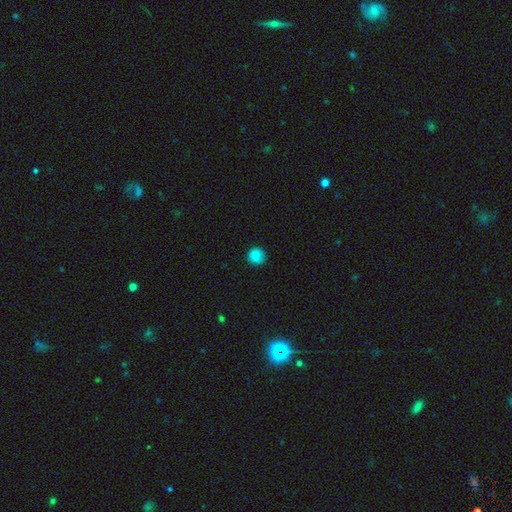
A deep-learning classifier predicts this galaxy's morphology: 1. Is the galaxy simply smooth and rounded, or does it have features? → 86% smooth, 10% star or artifact, 4% featured or disk.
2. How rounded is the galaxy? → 91% round, 8% in between, 1% cigar-shaped.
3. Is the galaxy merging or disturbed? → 86% none, 10% minor disturbance, 2% major disturbance, 1% merger.